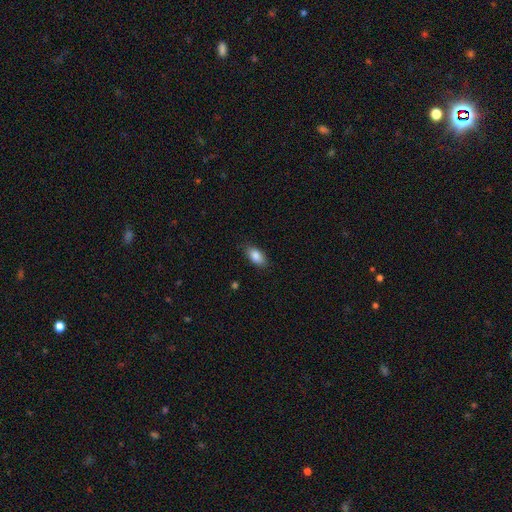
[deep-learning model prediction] Q: Smooth or featured?
A: smooth (86%); runner-up: star or artifact (7%)
Q: How rounded?
A: in between (91%); runner-up: cigar-shaped (5%)
Q: Merging?
A: none (82%); runner-up: minor disturbance (14%)